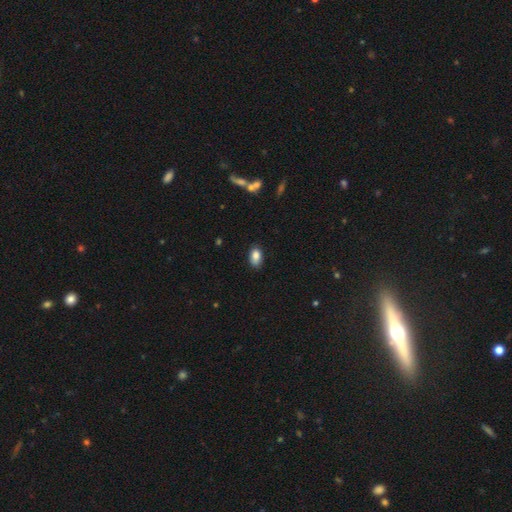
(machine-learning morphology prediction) This appears to be a smooth galaxy with no disk features (85%) that is in between round and cigar-shaped (90%). Merging: none (82%).